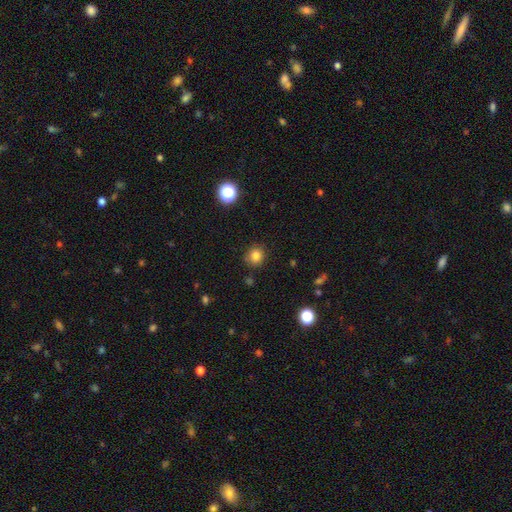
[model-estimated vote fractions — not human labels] Morphology: type=smooth (82%); roundness=round (87%); merging=none (86%).